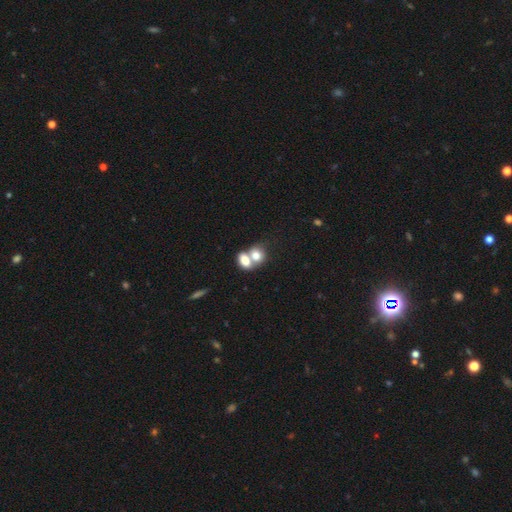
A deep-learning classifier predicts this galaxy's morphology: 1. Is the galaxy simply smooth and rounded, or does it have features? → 75% smooth, 17% featured or disk, 9% star or artifact.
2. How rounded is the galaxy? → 60% in between, 39% round, 2% cigar-shaped.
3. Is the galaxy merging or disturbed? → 69% merger, 21% none, 6% minor disturbance, 4% major disturbance.